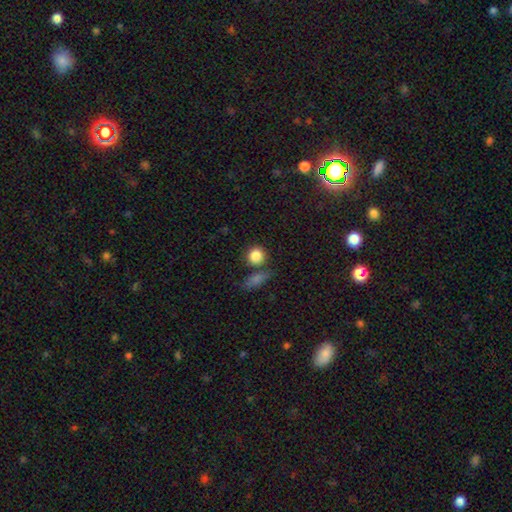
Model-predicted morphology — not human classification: A smooth galaxy with no disk features (85%) that is round (86%).

Vote fractions:
- Smooth or featured? smooth: 85% / star or artifact: 9% / featured or disk: 6%
- How rounded? round: 86% / in between: 12% / cigar-shaped: 2%
- Merging? none: 68% / merger: 16% / minor disturbance: 11% / major disturbance: 4%